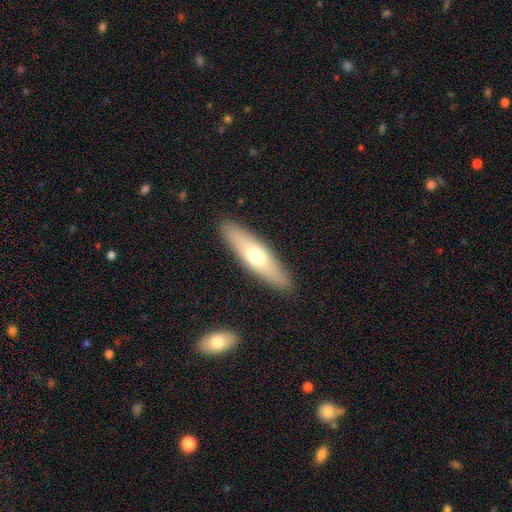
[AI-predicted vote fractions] A smooth galaxy with no disk features (60%) that is cigar-shaped (65%).

Vote fractions:
- Smooth or featured? smooth: 60% / featured or disk: 34% / star or artifact: 6%
- How rounded? cigar-shaped: 65% / in between: 33% / round: 2%
- Merging? none: 89% / minor disturbance: 7% / major disturbance: 2% / merger: 1%